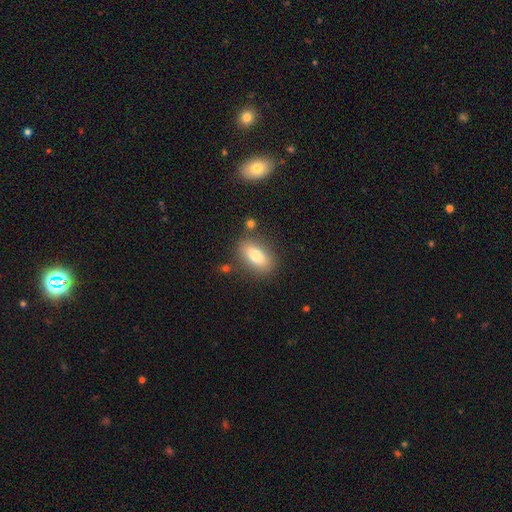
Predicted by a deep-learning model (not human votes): A smooth galaxy with no disk features (80%) that is in between round and cigar-shaped (85%). Merging: none (80%).